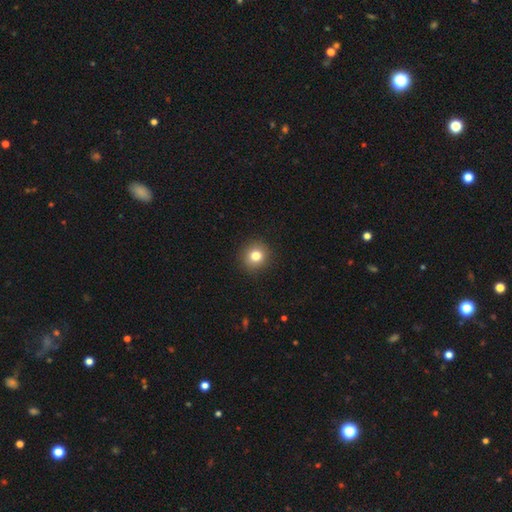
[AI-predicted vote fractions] Morphology: type=smooth (81%); roundness=round (89%); merging=none (91%).